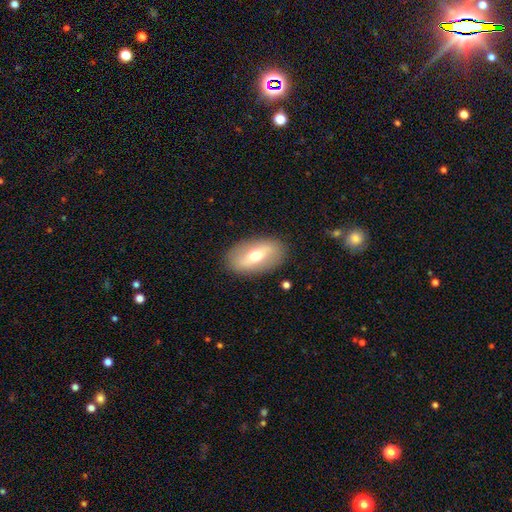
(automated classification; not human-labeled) Smooth or featured: smooth — 48% (featured or disk — 45%)
Merging: none — 86% (minor disturbance — 9%)